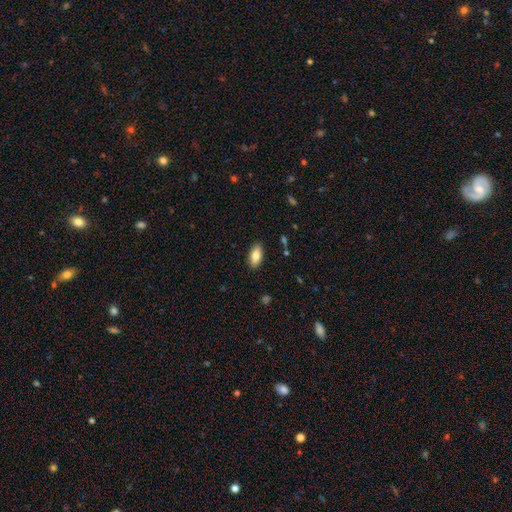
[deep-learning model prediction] Smooth or featured: smooth — 83% (featured or disk — 10%)
How rounded: in between — 90% (cigar-shaped — 8%)
Merging: none — 88% (minor disturbance — 8%)